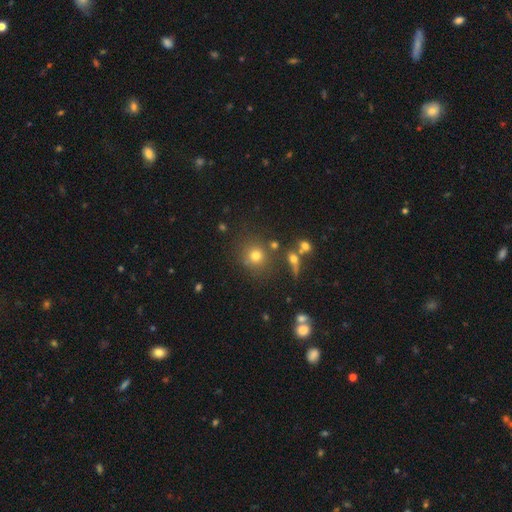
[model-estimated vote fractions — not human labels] smooth-or-featured: smooth: 72% | star or artifact: 18% | featured or disk: 11%
  how-rounded: round: 88% | in between: 11% | cigar-shaped: 1%
  merging: none: 74% | minor disturbance: 11% | merger: 10% | major disturbance: 5%